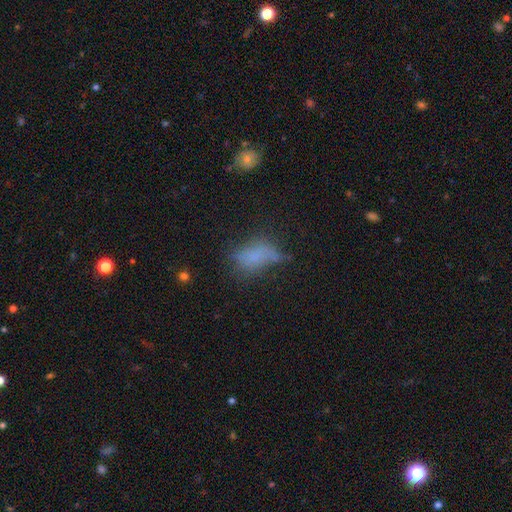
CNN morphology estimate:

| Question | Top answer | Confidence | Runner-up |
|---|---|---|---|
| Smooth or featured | smooth | 62% | featured or disk (20%) |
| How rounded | in between | 84% | round (10%) |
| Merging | none | 36% | minor disturbance (31%) |